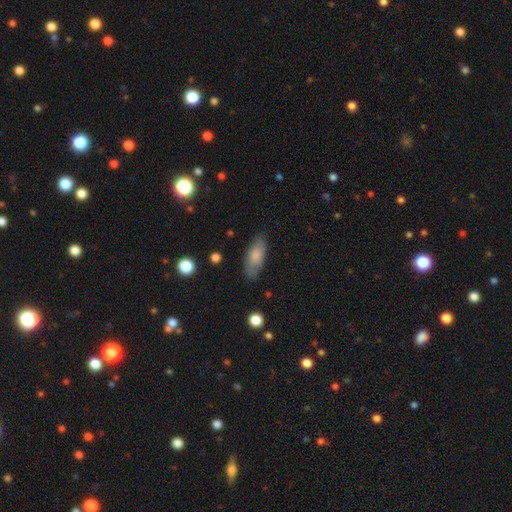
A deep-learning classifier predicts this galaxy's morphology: smooth-or-featured: smooth: 77% | featured or disk: 17% | star or artifact: 6%
  how-rounded: in between: 77% | cigar-shaped: 21% | round: 2%
  merging: none: 80% | minor disturbance: 15% | major disturbance: 3% | merger: 1%